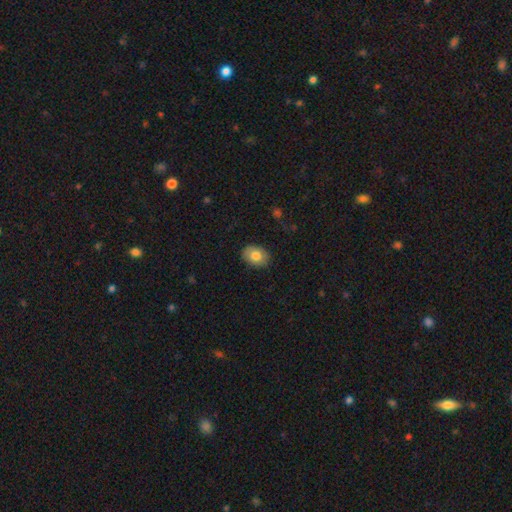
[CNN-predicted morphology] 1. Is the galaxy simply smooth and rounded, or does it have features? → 80% smooth, 13% featured or disk, 7% star or artifact.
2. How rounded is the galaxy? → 71% in between, 28% round, 1% cigar-shaped.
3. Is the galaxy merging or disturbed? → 84% none, 12% minor disturbance, 2% major disturbance, 1% merger.